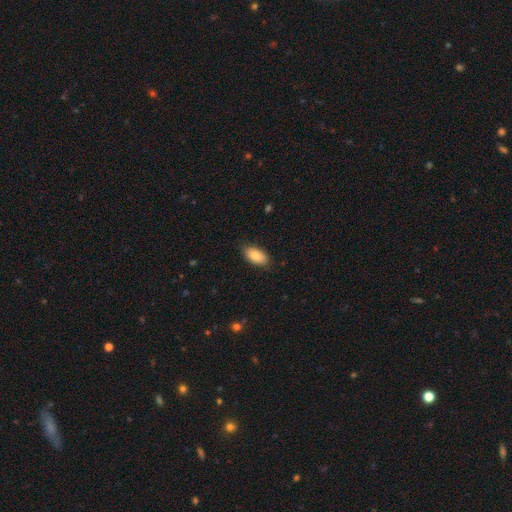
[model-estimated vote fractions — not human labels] Overall: smooth (85%). How rounded: in between (93%). Merging: none (84%).